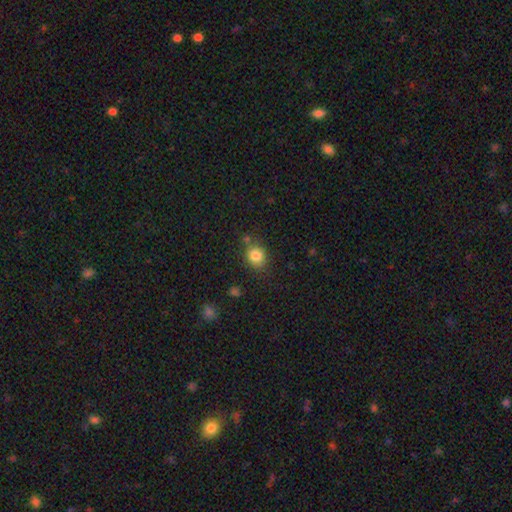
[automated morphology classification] Smooth or featured: smooth — 84% (star or artifact — 10%)
How rounded: round — 67% (in between — 33%)
Merging: none — 75% (minor disturbance — 14%)